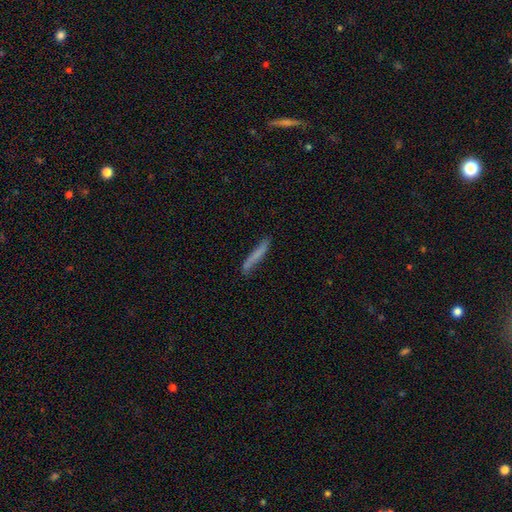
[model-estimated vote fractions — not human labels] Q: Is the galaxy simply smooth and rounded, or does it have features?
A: smooth — 67%.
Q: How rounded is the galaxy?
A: cigar-shaped — 94%.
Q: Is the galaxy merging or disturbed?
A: none — 79%.